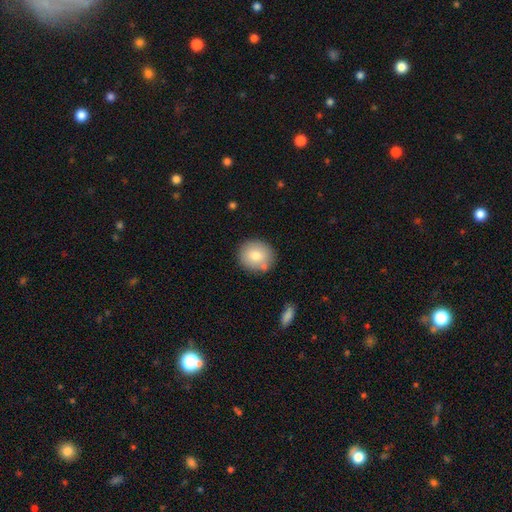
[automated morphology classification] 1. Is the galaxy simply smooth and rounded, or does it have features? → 78% smooth, 14% featured or disk, 8% star or artifact.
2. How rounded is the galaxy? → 78% round, 21% in between, 1% cigar-shaped.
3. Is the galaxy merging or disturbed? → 79% none, 11% minor disturbance, 7% merger, 3% major disturbance.